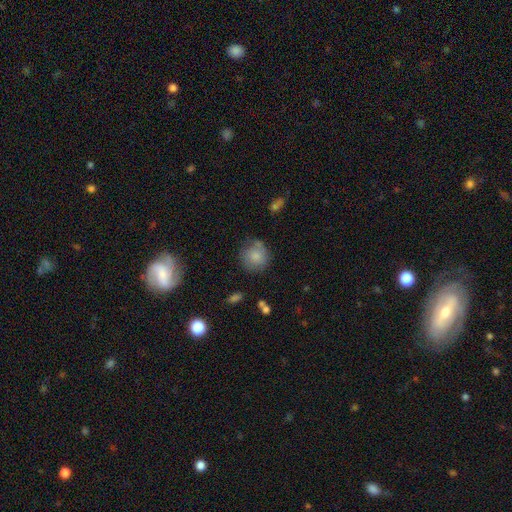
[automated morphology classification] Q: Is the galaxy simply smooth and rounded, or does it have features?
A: smooth — 75%.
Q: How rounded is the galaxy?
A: round — 88%.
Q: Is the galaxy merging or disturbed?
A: none — 65%.